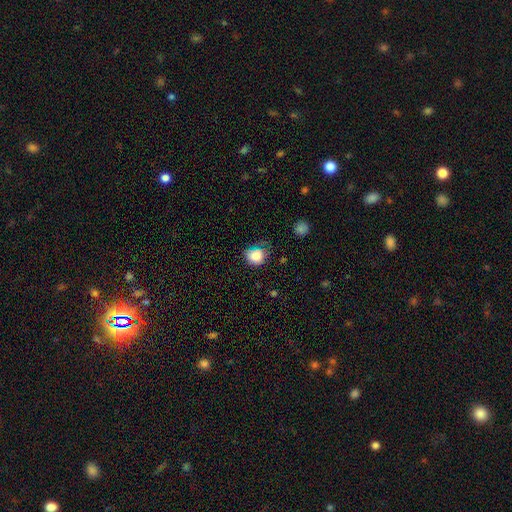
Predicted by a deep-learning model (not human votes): Smooth or featured? smooth (82%)
How rounded? round (72%)
Merging? none (53%)